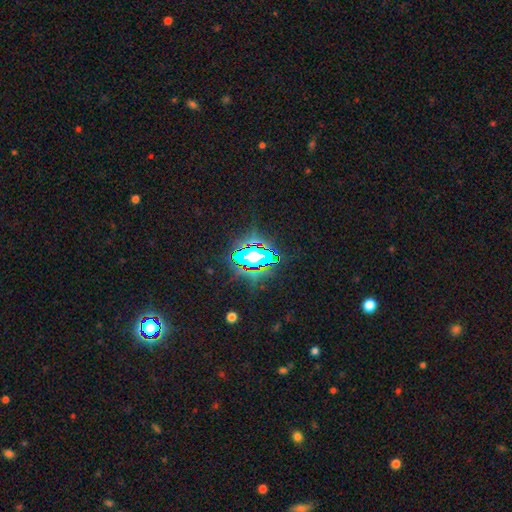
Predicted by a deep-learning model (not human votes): smooth_or_featured: star or artifact (p=0.82) [alt: smooth p=0.11]